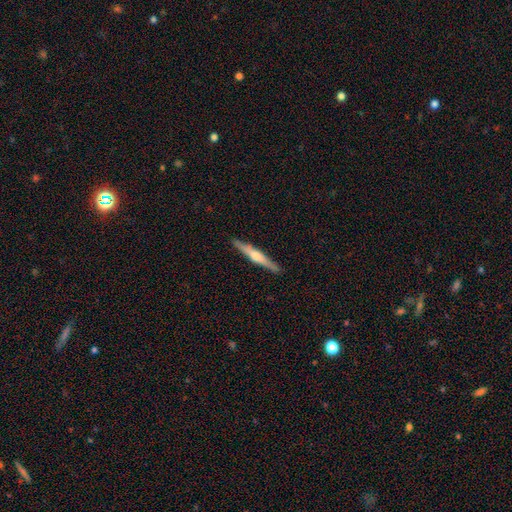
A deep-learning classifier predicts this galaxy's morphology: Smooth or featured?
  - featured or disk: 63% *
  - smooth: 32%
  - star or artifact: 5%
Edge-on disk?
  - yes: 98% *
  - no: 2%
Edge-on bulge?
  - rounded: 79% *
  - boxy: 12%
  - none: 9%
Merging?
  - none: 90% *
  - minor disturbance: 7%
  - major disturbance: 1%
  - merger: 1%